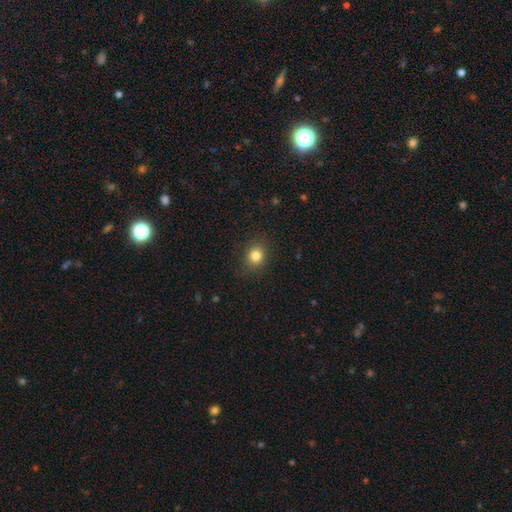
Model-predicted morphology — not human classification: type=smooth (82%); roundness=round (73%); merging=none (87%).